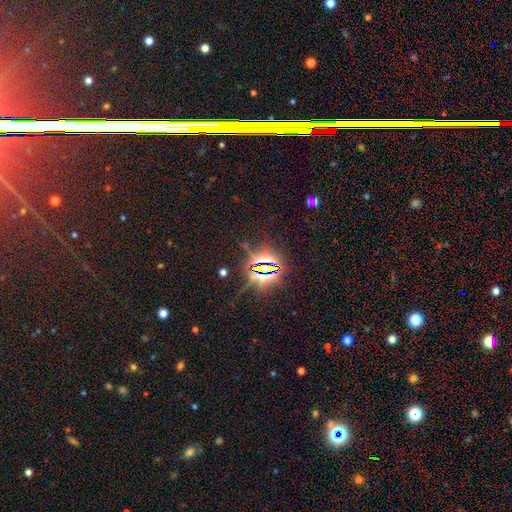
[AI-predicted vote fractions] Smooth or featured? star or artifact (80%)